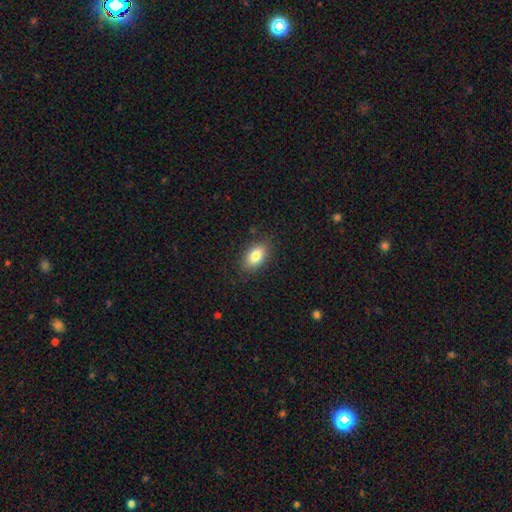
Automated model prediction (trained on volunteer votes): A smooth galaxy with no disk features (82%) that is in between round and cigar-shaped (88%). Merging: none (85%).